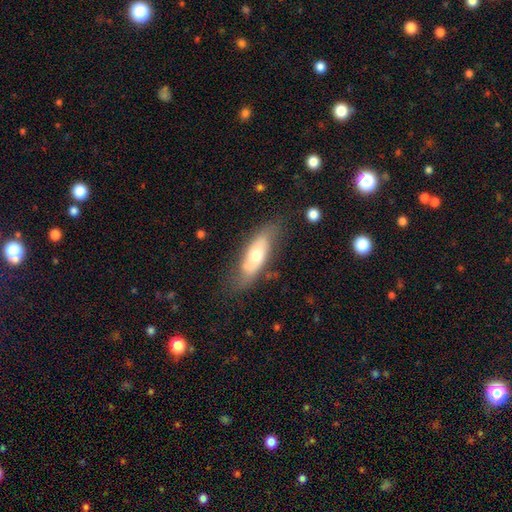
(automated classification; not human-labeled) A smooth galaxy with no disk features (50%) that is in between round and cigar-shaped (71%).

Vote fractions:
- Smooth or featured? smooth: 50% / featured or disk: 43% / star or artifact: 6%
- How rounded? in between: 71% / cigar-shaped: 27% / round: 3%
- Merging? none: 67% / minor disturbance: 23% / major disturbance: 8% / merger: 3%